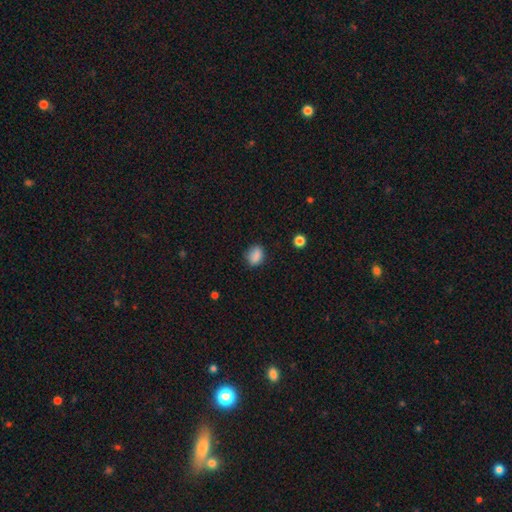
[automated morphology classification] type=smooth (85%); roundness=in between (58%); merging=none (76%).